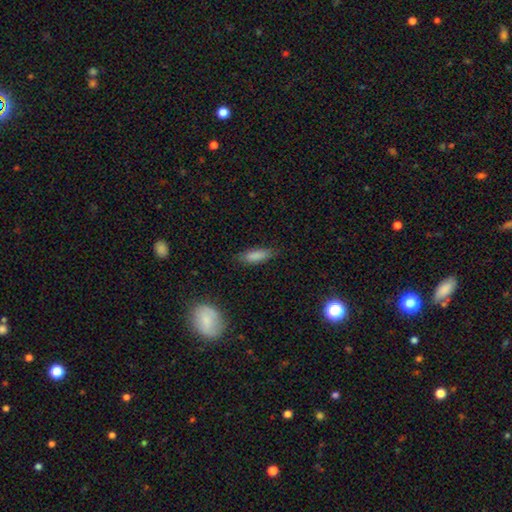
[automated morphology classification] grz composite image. It shows a smooth galaxy with no disk features (83%) that is in between round and cigar-shaped (62%). Merging: none (77%).